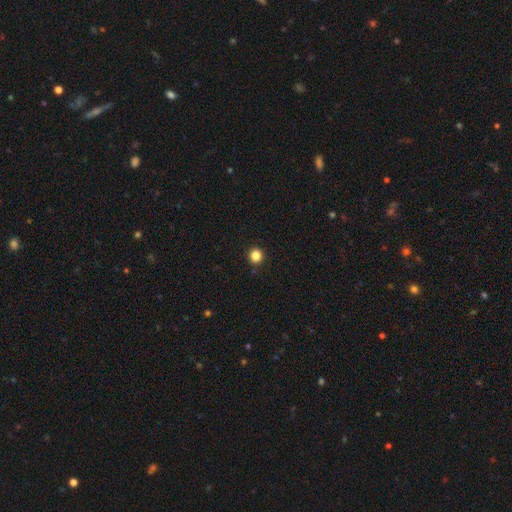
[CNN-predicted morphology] type=smooth (85%); roundness=round (93%); merging=none (92%).